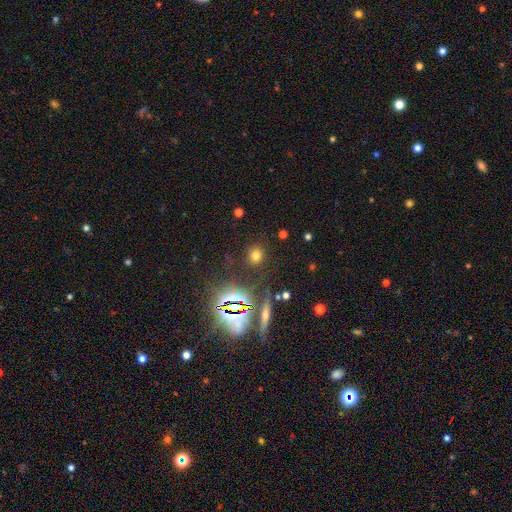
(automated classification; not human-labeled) A smooth galaxy with no disk features (66%) that is round (80%).

Vote fractions:
- Smooth or featured? smooth: 66% / star or artifact: 26% / featured or disk: 8%
- How rounded? round: 80% / in between: 18% / cigar-shaped: 2%
- Merging? none: 85% / minor disturbance: 8% / major disturbance: 4% / merger: 3%